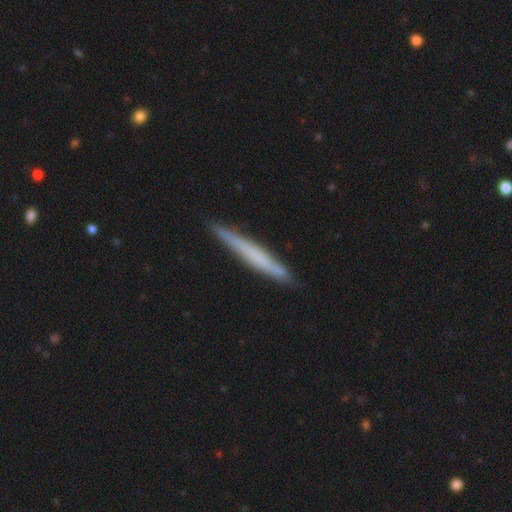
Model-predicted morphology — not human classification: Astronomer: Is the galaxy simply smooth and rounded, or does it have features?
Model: smooth — 49% (runner-up: featured or disk, 45%).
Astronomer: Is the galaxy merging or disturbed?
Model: none — 87%.